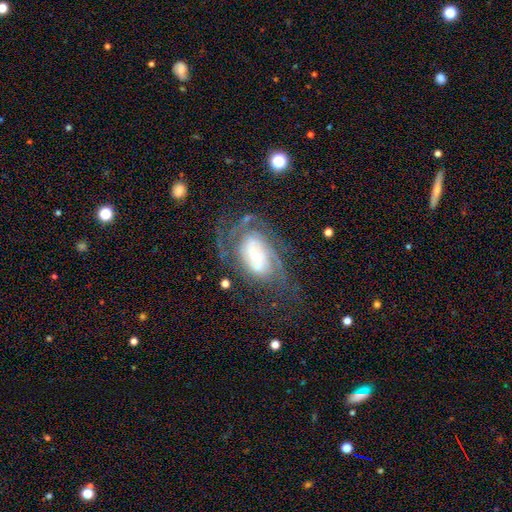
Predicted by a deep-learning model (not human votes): Smooth or featured?
  - featured or disk: 82% *
  - smooth: 11%
  - star or artifact: 7%
Edge-on disk?
  - no: 95% *
  - yes: 5%
Bar?
  - no: 63% *
  - weak: 26%
  - strong: 10%
Spiral arms?
  - yes: 90% *
  - no: 10%
Spiral winding?
  - tight: 54% *
  - medium: 33%
  - loose: 13%
Spiral arm count?
  - 2: 34% * (tied)
  - can't tell: 34% * (tied)
  - 3: 16%
  - 4: 7%
  - 1: 5%
  - more than 4: 4%
Bulge size?
  - small: 56% *
  - moderate: 36%
  - large: 6%
  - dominant: 2%
  - none: 1%
Merging?
  - none: 56% *
  - major disturbance: 21%
  - minor disturbance: 19%
  - merger: 4%